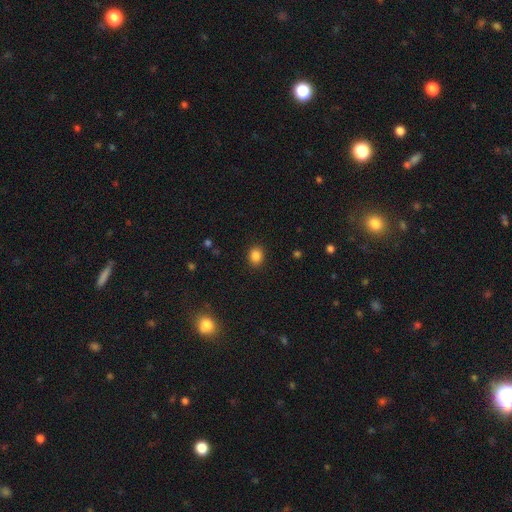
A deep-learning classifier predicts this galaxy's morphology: Smooth or featured? Predicted: smooth (p=0.86). How rounded? Predicted: round (p=0.60). Merging? Predicted: none (p=0.89).